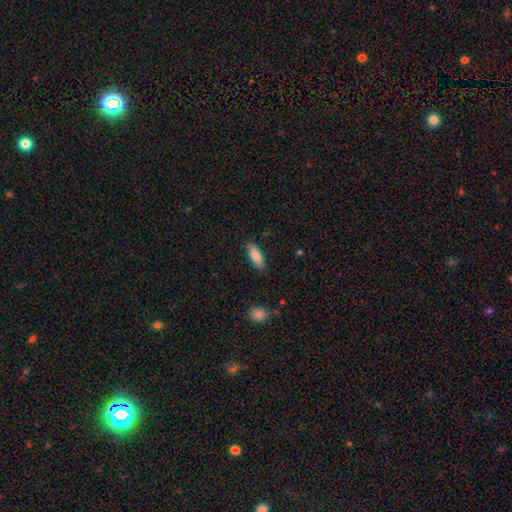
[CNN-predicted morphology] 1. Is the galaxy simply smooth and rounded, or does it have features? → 85% smooth, 9% featured or disk, 6% star or artifact.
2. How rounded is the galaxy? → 69% in between, 29% cigar-shaped, 2% round.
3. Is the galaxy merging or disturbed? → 86% none, 10% minor disturbance, 2% major disturbance, 1% merger.